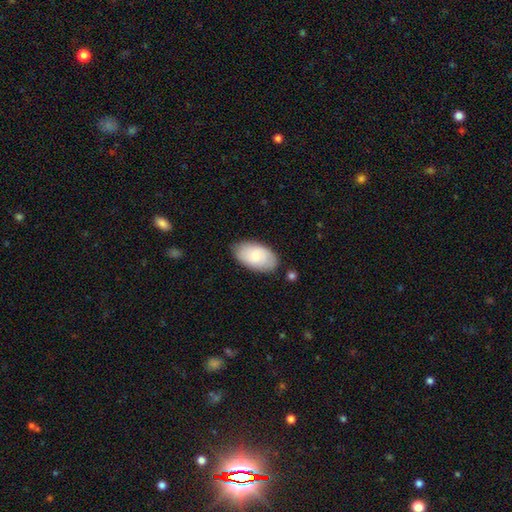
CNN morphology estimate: type=smooth (75%); roundness=in between (94%); merging=none (80%).